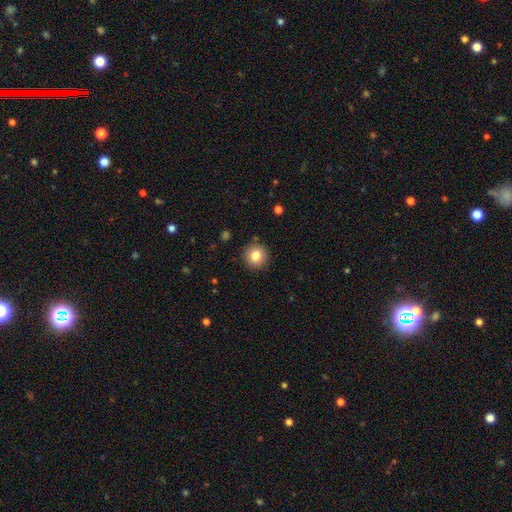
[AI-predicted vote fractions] This is clearly a smooth galaxy (81%). How rounded: clearly round (95%). Merging: clearly none (91%).